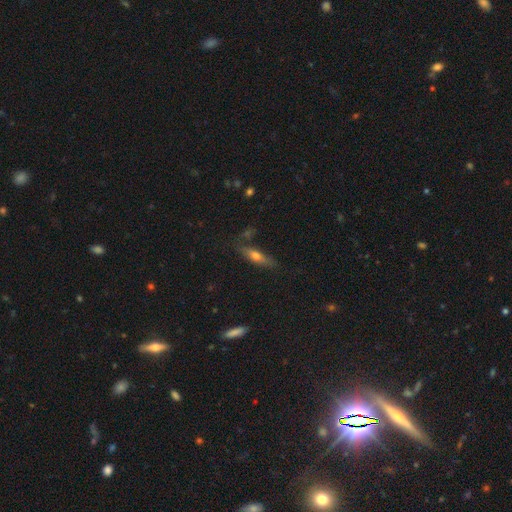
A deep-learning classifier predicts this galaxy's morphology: Overall: smooth (54%; featured or disk 38%). How rounded: cigar-shaped (70%). Merging: none (75%).